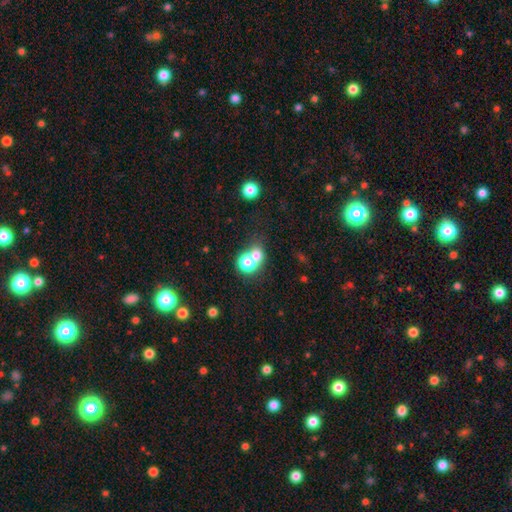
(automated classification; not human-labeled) This is likely a smooth galaxy (67%). How rounded: likely round (75%). Merging: possibly merger (54%).